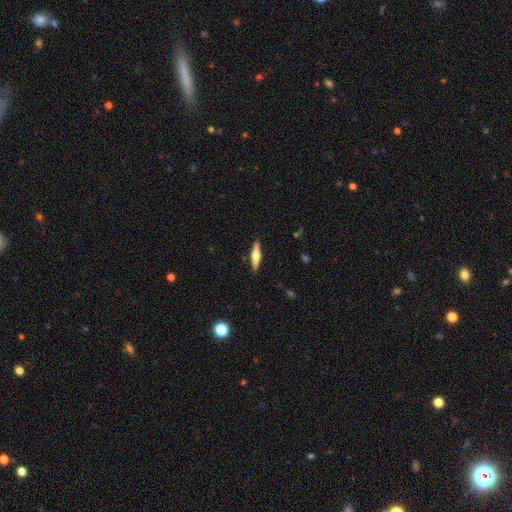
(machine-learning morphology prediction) Smooth or featured? Predicted: featured or disk (p=0.56). Edge-on disk? Predicted: yes (p=0.95). Edge-on bulge? Predicted: rounded (p=0.92). Merging? Predicted: none (p=0.90).